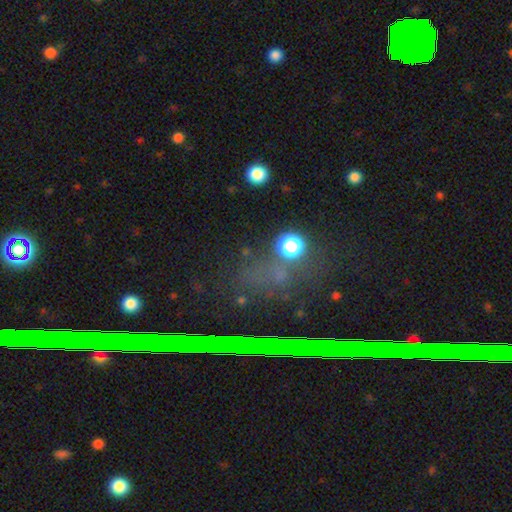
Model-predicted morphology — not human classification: type=star or artifact (57%).